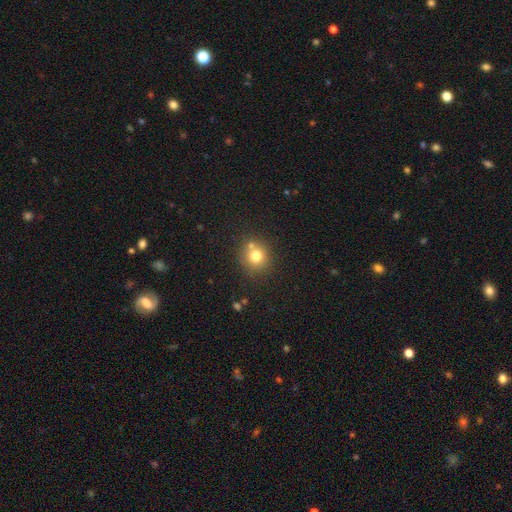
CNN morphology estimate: smooth 75%, star or artifact 14%, featured or disk 11%. Down the decision tree: how rounded — round (88%); merging — none (68%).